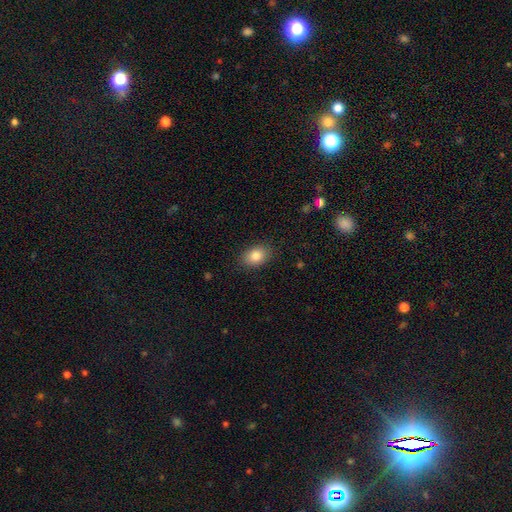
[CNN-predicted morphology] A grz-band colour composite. It shows a smooth galaxy with no disk features (85%) that is in between round and cigar-shaped (77%). Merging: none (87%).